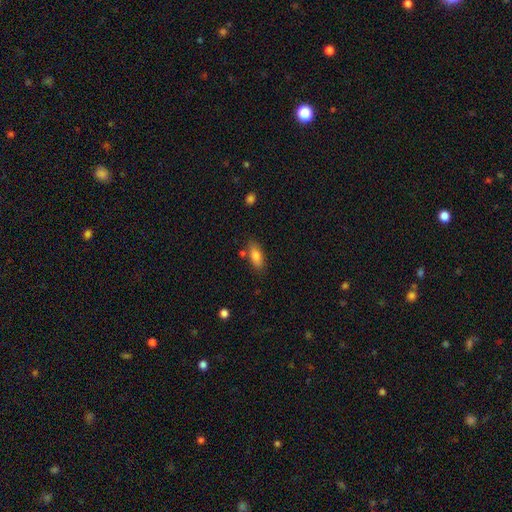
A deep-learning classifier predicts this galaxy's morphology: This is clearly a smooth galaxy (82%). How rounded: clearly in between (82%). Merging: likely none (78%).